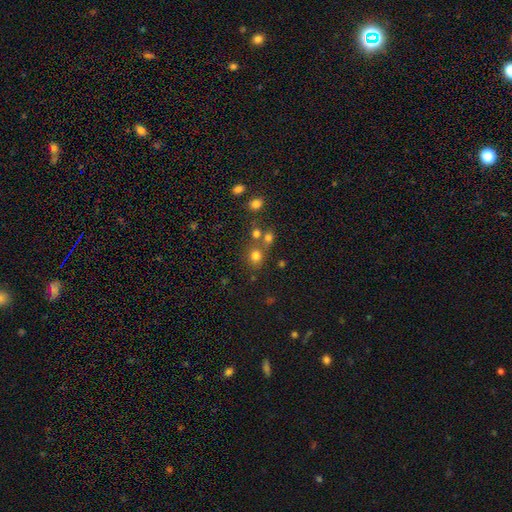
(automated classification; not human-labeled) The model was most divided on "merging": none: 62%, merger: 24%, minor disturbance: 10%, major disturbance: 4%. More confident: how rounded — round (78%); smooth or featured — smooth (74%).